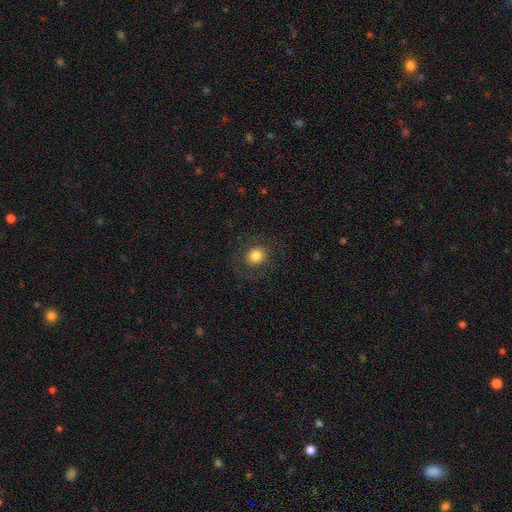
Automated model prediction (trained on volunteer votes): smooth_or_featured: smooth (p=0.81) [alt: star or artifact p=0.10]
how_rounded: round (p=0.86) [alt: in between p=0.13]
merging: none (p=0.84) [alt: minor disturbance p=0.09]